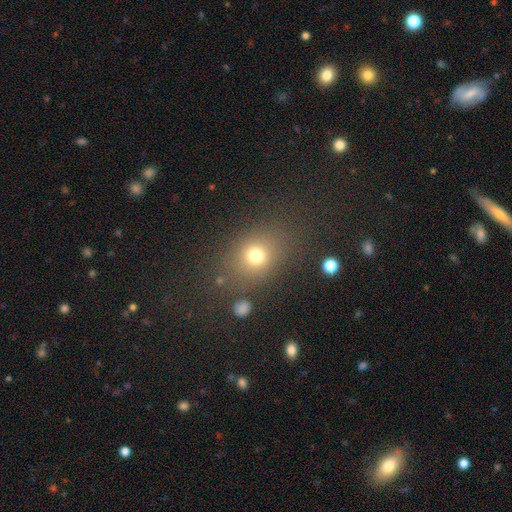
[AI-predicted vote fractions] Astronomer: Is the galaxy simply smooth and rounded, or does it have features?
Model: smooth — 74%.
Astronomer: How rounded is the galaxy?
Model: round — 56% (runner-up: in between, 43%).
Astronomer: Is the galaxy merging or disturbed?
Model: none — 74%.